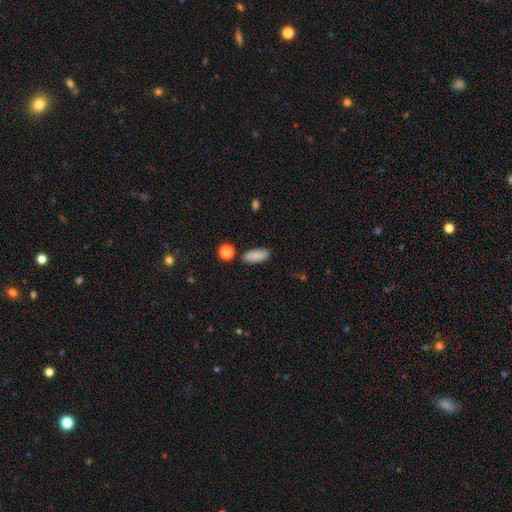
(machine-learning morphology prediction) A smooth galaxy with no disk features (86%) that is in between round and cigar-shaped (82%). Merging: none (84%).